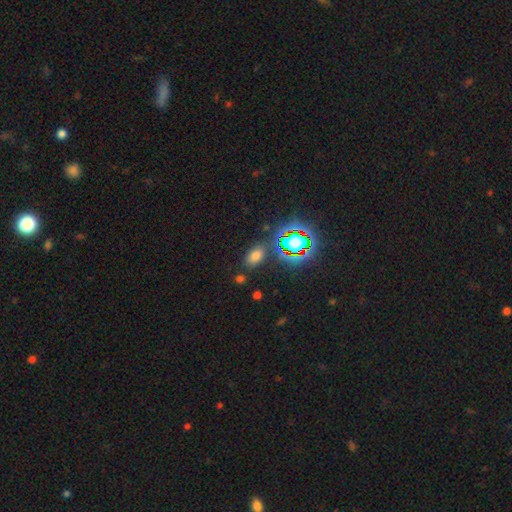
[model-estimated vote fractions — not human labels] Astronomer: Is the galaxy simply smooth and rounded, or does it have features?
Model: smooth — 65%.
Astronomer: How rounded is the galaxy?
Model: in between — 88%.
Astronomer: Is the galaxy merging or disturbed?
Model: none — 80%.